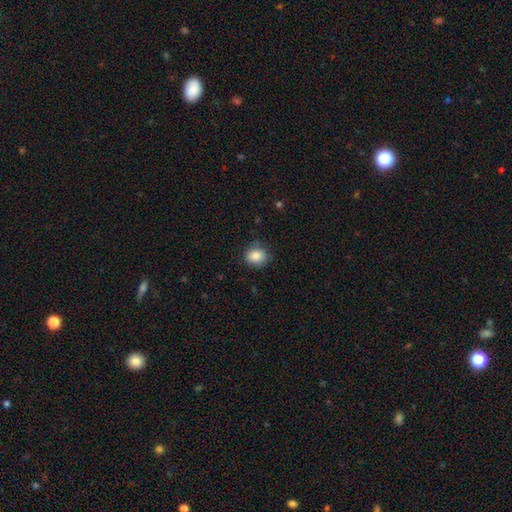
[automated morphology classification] This appears to be a smooth galaxy with no disk features (86%) that is round (70%). Merging: none (78%).